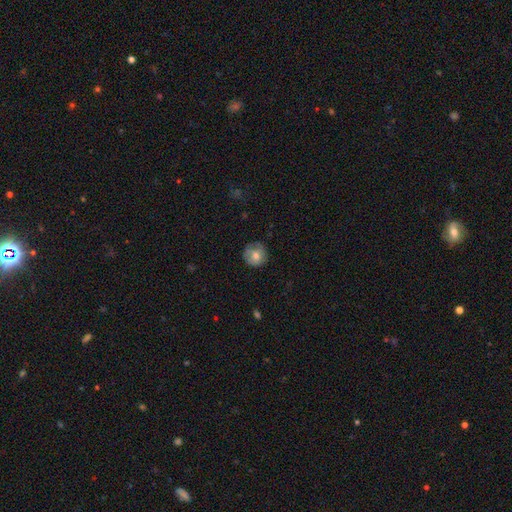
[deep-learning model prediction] Smooth or featured: smooth — 71% (featured or disk — 21%)
How rounded: round — 90% (in between — 9%)
Merging: none — 71% (minor disturbance — 22%)